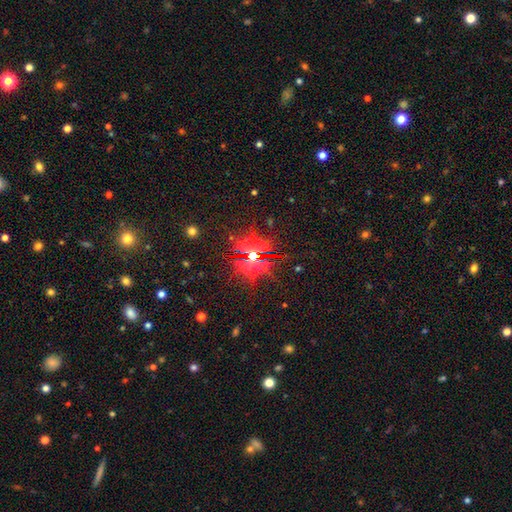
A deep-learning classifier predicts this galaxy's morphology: Smooth or featured?
  - star or artifact: 75% *
  - smooth: 13%
  - featured or disk: 12%